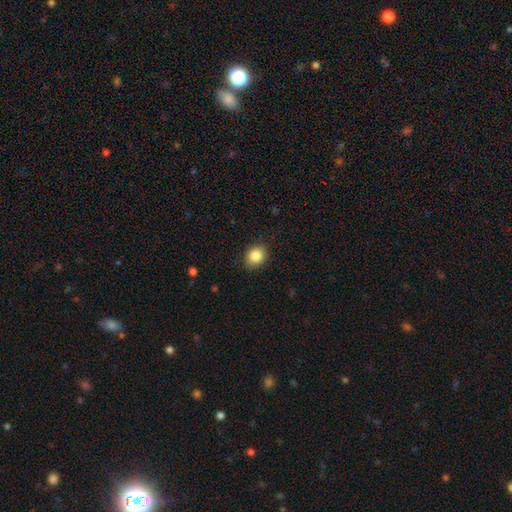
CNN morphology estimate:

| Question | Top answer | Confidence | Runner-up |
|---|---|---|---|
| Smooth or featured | smooth | 86% | star or artifact (9%) |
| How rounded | round | 63% | in between (36%) |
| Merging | none | 87% | minor disturbance (9%) |